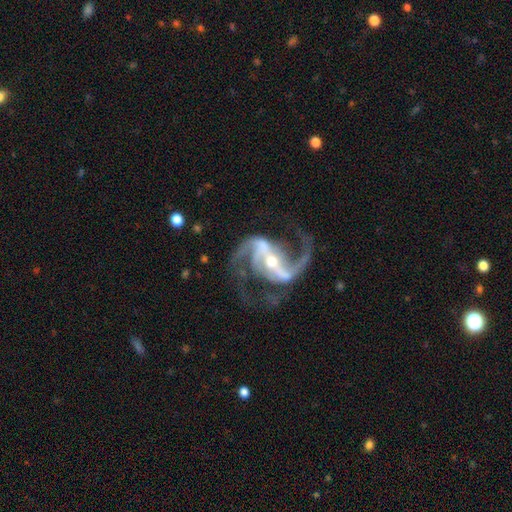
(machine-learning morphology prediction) Q: Smooth or featured?
A: featured or disk (91%); runner-up: star or artifact (6%)
Q: Edge-on disk?
A: no (97%); runner-up: yes (3%)
Q: Bar?
A: strong (46%); runner-up: weak (34%)
Q: Spiral arms?
A: yes (97%); runner-up: no (3%)
Q: Spiral winding?
A: medium (48%); runner-up: loose (41%)
Q: Spiral arm count?
A: 2 (89%); runner-up: 3 (3%)
Q: Bulge size?
A: small (58%); runner-up: moderate (35%)
Q: Merging?
A: none (61%); runner-up: major disturbance (18%)